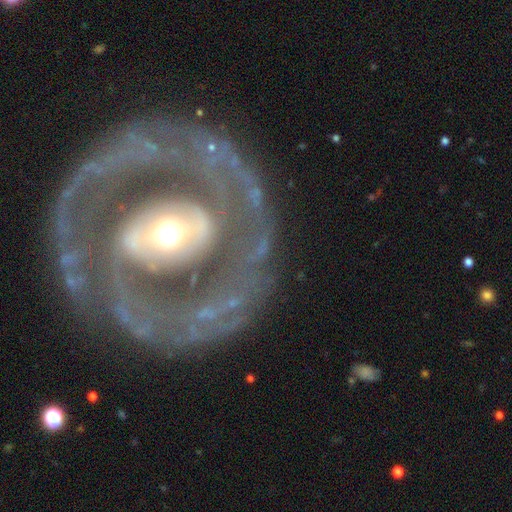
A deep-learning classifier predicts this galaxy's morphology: Overall: featured or disk (83%). Edge-on disk: no (96%). Bar: no (43%; weak 29%). Spiral arms: yes (73%). Spiral arm count: 2 (64%). Spiral winding: tight (48%; medium 36%). Bulge size: moderate (63%). Merging: none (73%).